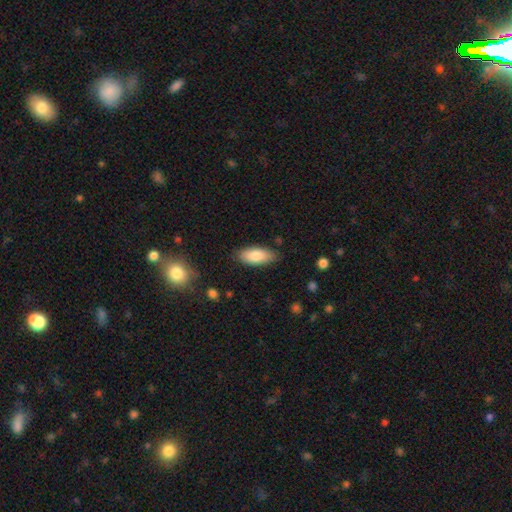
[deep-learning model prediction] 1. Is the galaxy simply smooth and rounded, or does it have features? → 83% smooth, 10% featured or disk, 6% star or artifact.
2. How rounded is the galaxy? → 85% in between, 13% cigar-shaped, 2% round.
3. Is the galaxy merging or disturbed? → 81% none, 14% minor disturbance, 3% major disturbance, 2% merger.